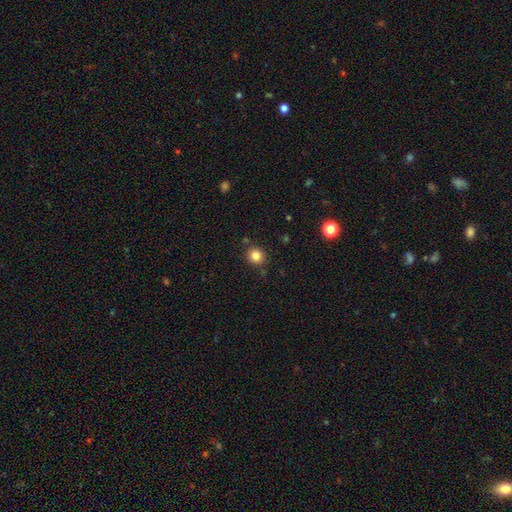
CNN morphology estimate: smooth 83%, star or artifact 12%, featured or disk 5%. Down the decision tree: how rounded — round (89%); merging — none (86%).